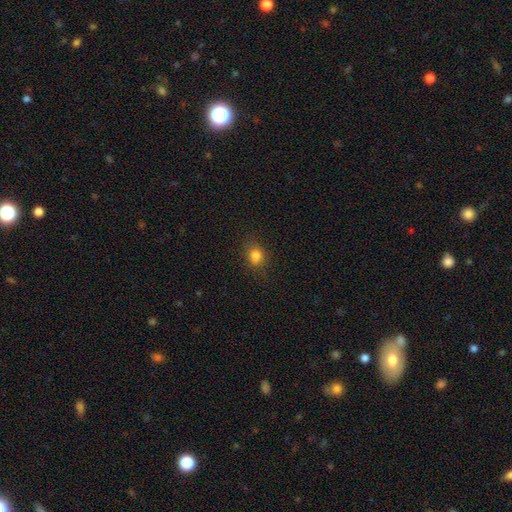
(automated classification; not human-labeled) Morphology: type=smooth (81%); roundness=round (59%); merging=none (81%).